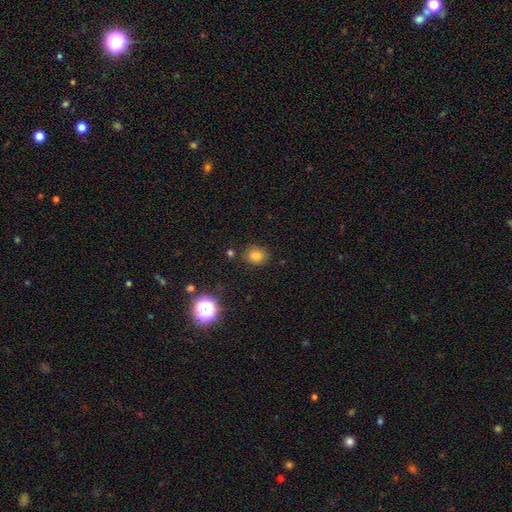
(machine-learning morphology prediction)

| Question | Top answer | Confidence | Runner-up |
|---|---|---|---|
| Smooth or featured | smooth | 79% | star or artifact (16%) |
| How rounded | round | 68% | in between (31%) |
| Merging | none | 83% | minor disturbance (11%) |